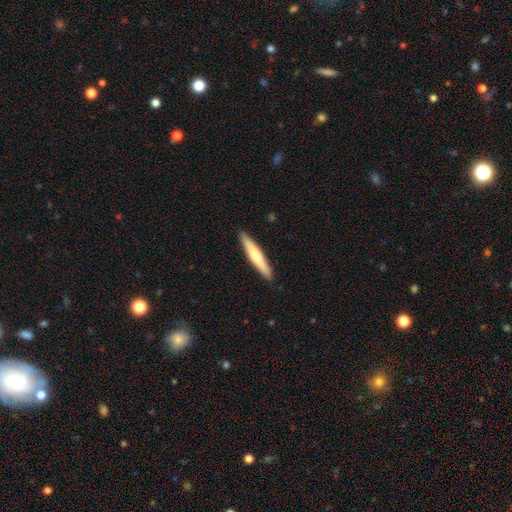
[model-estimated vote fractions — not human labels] Smooth or featured? smooth (55%)
How rounded? cigar-shaped (91%)
Merging? none (91%)